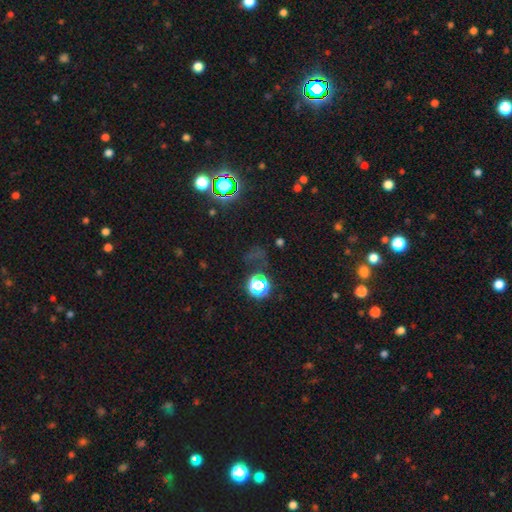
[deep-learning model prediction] Smooth or featured? star or artifact (67%)